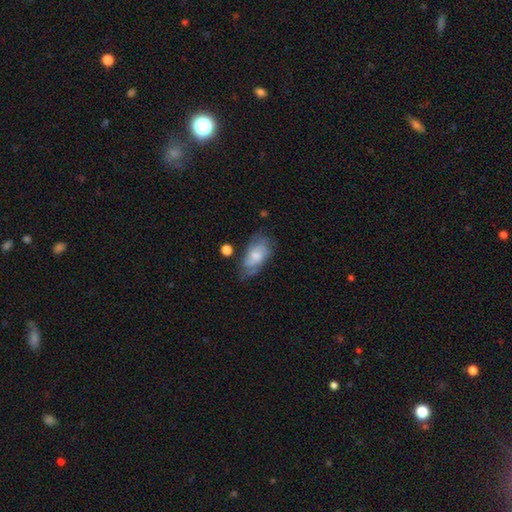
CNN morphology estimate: type=smooth (53%); roundness=in between (90%); merging=none (51%).